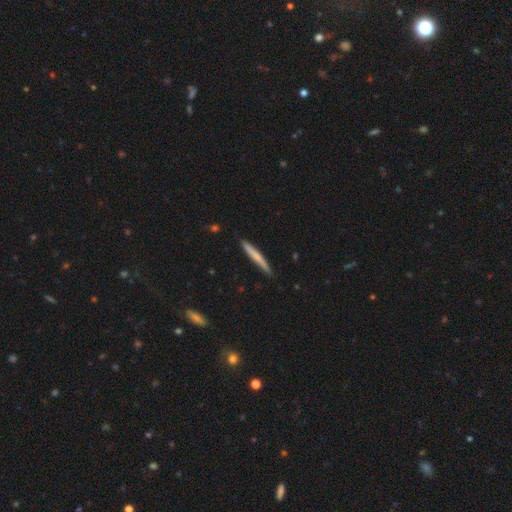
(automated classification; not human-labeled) A smooth galaxy with no disk features (66%) that is cigar-shaped (96%). Merging: none (87%).